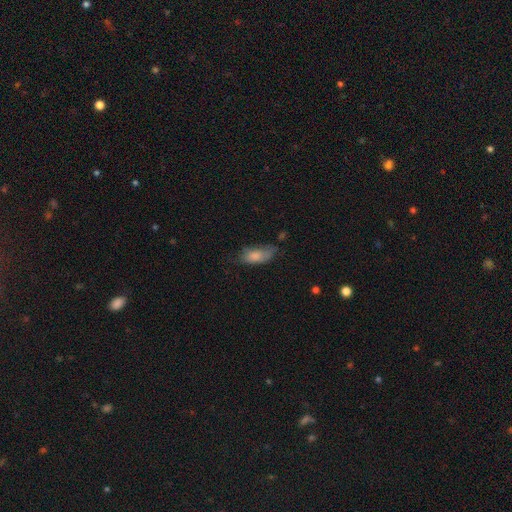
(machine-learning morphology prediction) The model was most divided on "merging": none: 42%, minor disturbance: 37%, major disturbance: 17%, merger: 4%. More confident: how rounded — in between (82%); smooth or featured — smooth (79%).